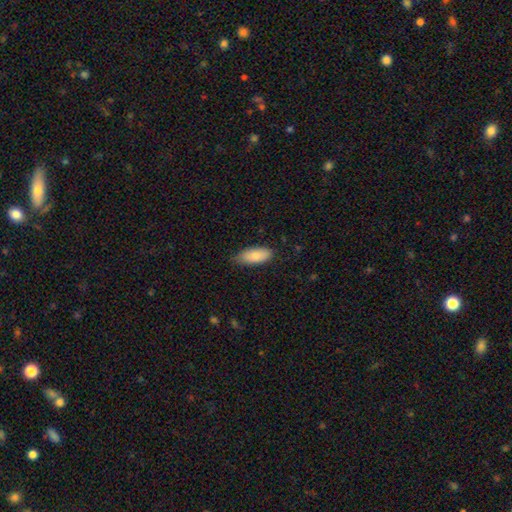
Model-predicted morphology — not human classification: Smooth or featured? Predicted: smooth (p=0.85). How rounded? Predicted: in between (p=0.82). Merging? Predicted: none (p=0.77).